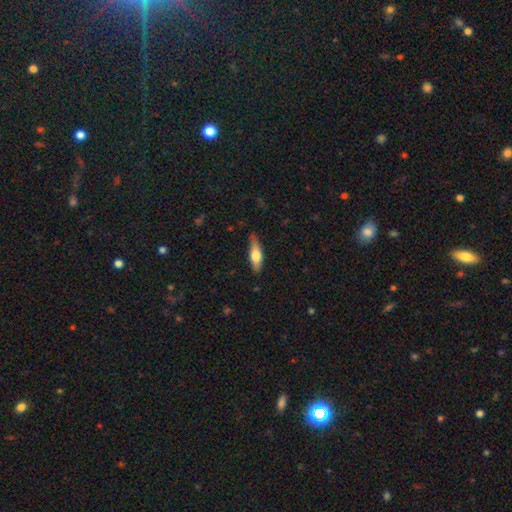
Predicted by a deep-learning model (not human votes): smooth_or_featured: smooth (p=0.56) [alt: featured or disk p=0.38]
how_rounded: cigar-shaped (p=0.53) [alt: in between p=0.44]
merging: none (p=0.81) [alt: minor disturbance p=0.15]